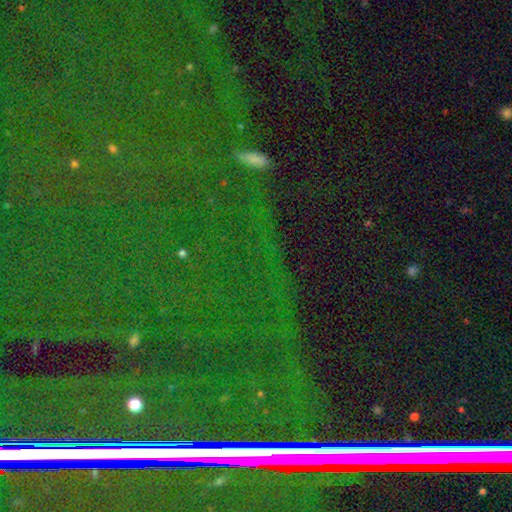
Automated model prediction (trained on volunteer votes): smooth_or_featured: star or artifact (p=0.79) [alt: smooth p=0.11]